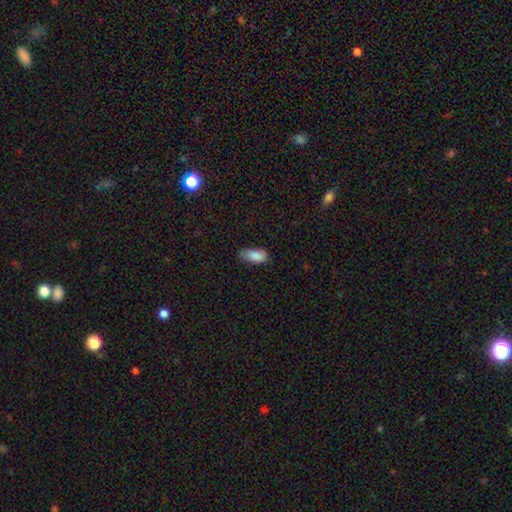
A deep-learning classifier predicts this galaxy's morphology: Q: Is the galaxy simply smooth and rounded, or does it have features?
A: smooth — 87%.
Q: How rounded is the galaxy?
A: in between — 89%.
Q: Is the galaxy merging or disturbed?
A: none — 65%.